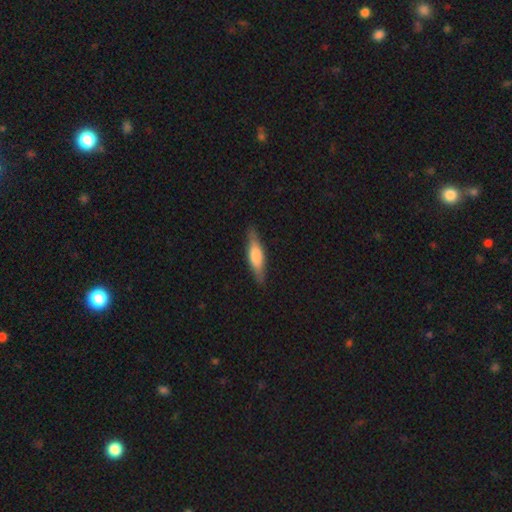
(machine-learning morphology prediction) Smooth or featured? smooth (53%)
How rounded? cigar-shaped (73%)
Merging? none (87%)